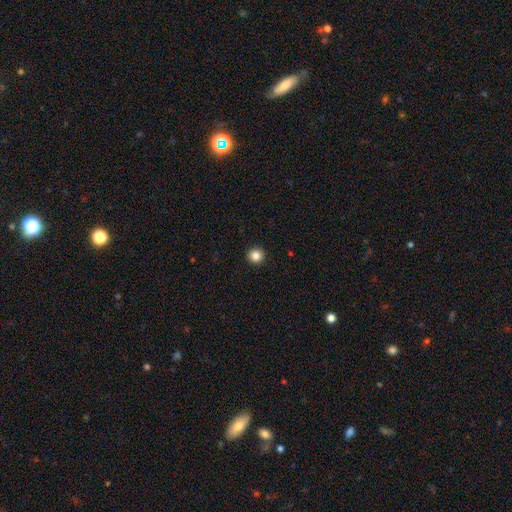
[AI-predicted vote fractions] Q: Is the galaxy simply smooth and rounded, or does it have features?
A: smooth — 85%.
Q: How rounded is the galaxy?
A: round — 94%.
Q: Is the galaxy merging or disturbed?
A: none — 94%.